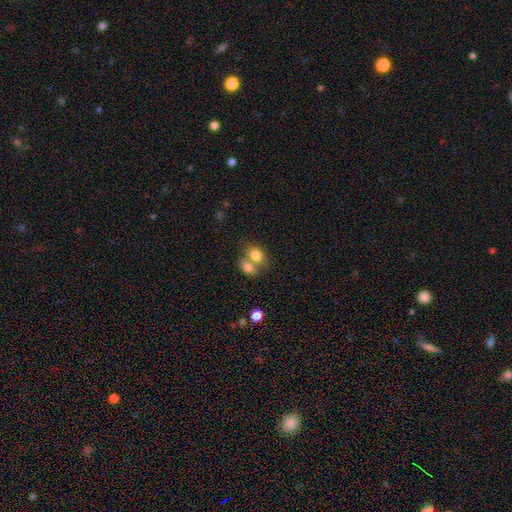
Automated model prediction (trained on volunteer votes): Smooth or featured? Predicted: smooth (p=0.79). How rounded? Predicted: in between (p=0.64). Merging? Predicted: merger (p=0.55).